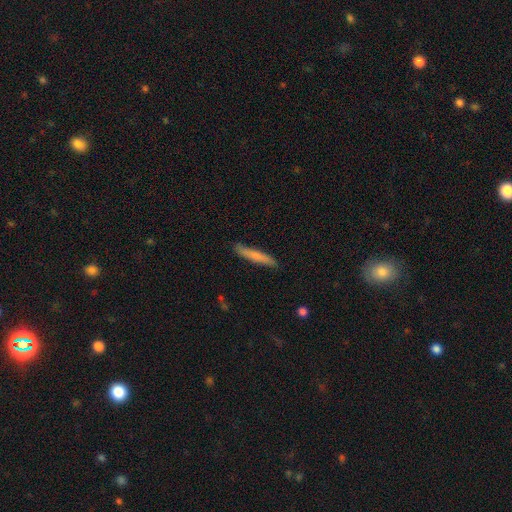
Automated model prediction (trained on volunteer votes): smooth_or_featured: smooth (p=0.72) [alt: featured or disk p=0.23]
how_rounded: cigar-shaped (p=0.94) [alt: in between p=0.04]
merging: none (p=0.88) [alt: minor disturbance p=0.09]